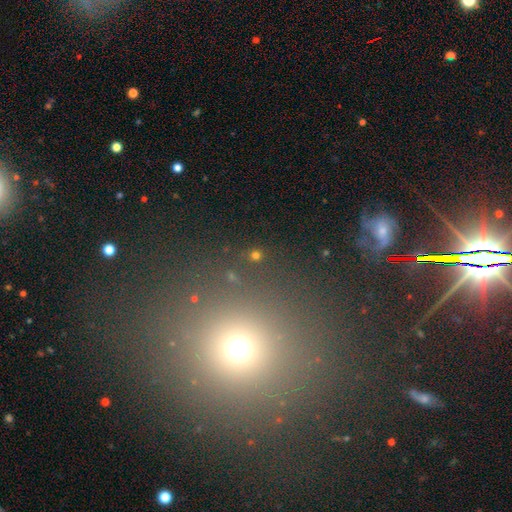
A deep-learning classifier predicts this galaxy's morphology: Smooth or featured? smooth (44%)
Merging? none (80%)